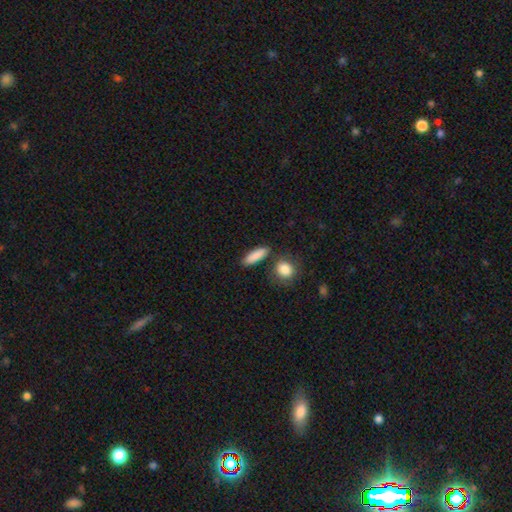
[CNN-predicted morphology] smooth_or_featured: smooth (p=0.88) [alt: star or artifact p=0.06]
how_rounded: in between (p=0.50) [alt: cigar-shaped p=0.44]
merging: none (p=0.81) [alt: minor disturbance p=0.10]